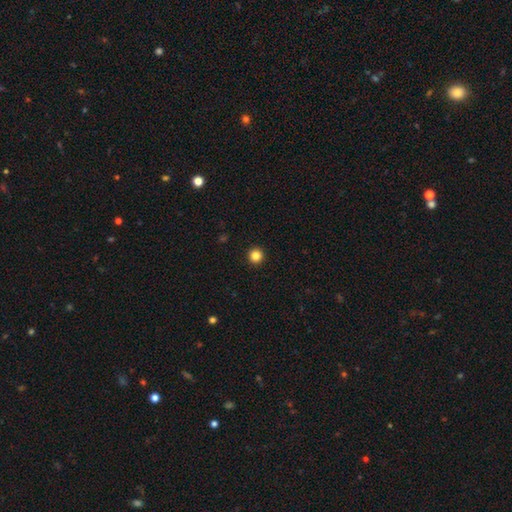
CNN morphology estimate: smooth 85%, star or artifact 12%, featured or disk 4%. Down the decision tree: how rounded — round (96%); merging — none (94%).